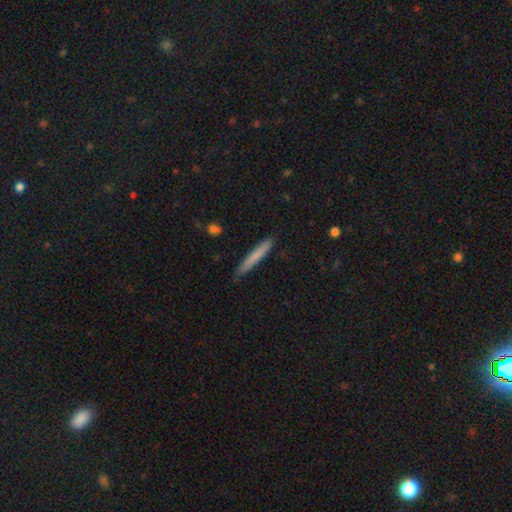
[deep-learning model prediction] A smooth galaxy with no disk features (75%) that is cigar-shaped (96%). Merging: none (86%).